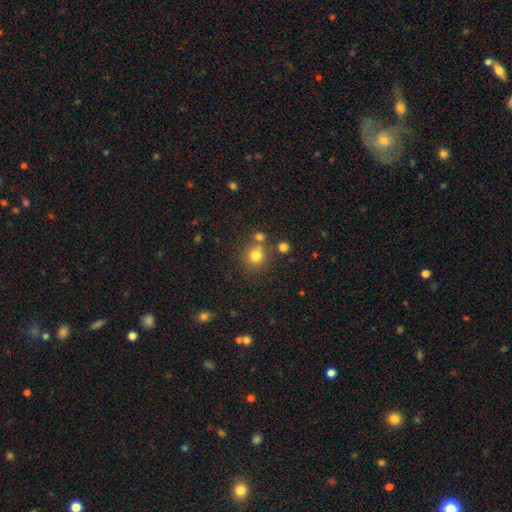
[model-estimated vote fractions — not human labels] Smooth or featured? smooth (78%)
How rounded? round (89%)
Merging? none (70%)